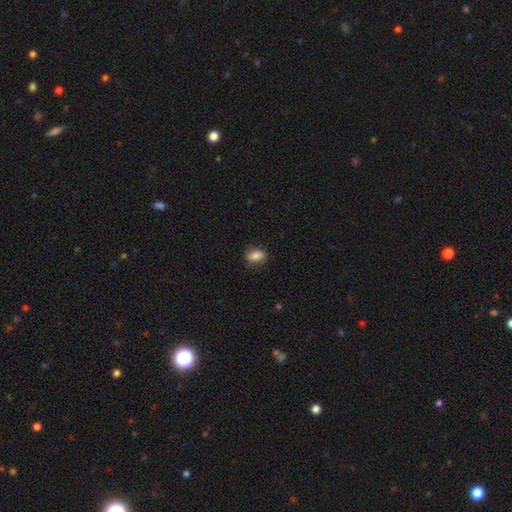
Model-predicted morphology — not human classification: A smooth galaxy with no disk features (84%) that is in between round and cigar-shaped (75%). Merging: none (84%).